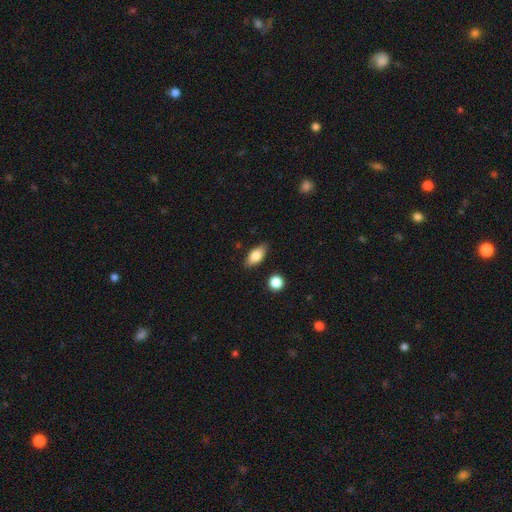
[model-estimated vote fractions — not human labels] This appears to be a smooth galaxy with no disk features (79%) that is in between round and cigar-shaped (86%). Merging: none (84%).